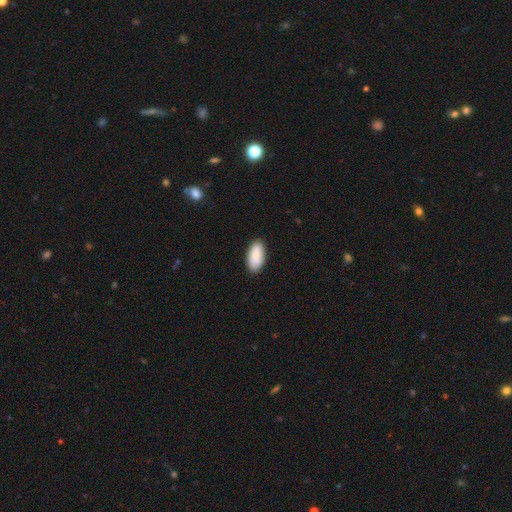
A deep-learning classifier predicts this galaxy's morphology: Overall: smooth (87%). How rounded: in between (94%). Merging: none (86%).